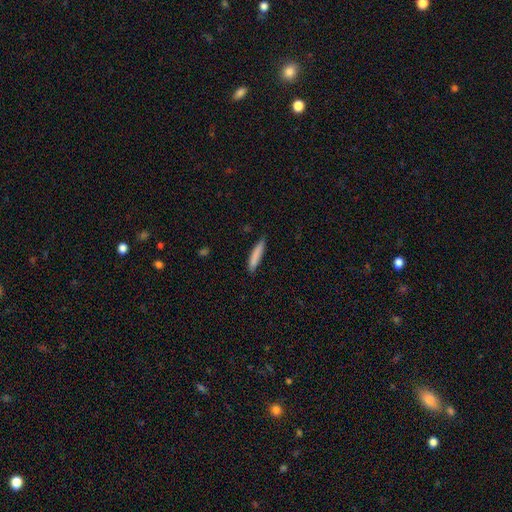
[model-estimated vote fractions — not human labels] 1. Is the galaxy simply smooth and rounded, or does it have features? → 83% smooth, 11% featured or disk, 6% star or artifact.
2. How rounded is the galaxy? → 89% cigar-shaped, 10% in between, 1% round.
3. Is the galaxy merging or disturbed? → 83% none, 13% minor disturbance, 2% major disturbance, 1% merger.